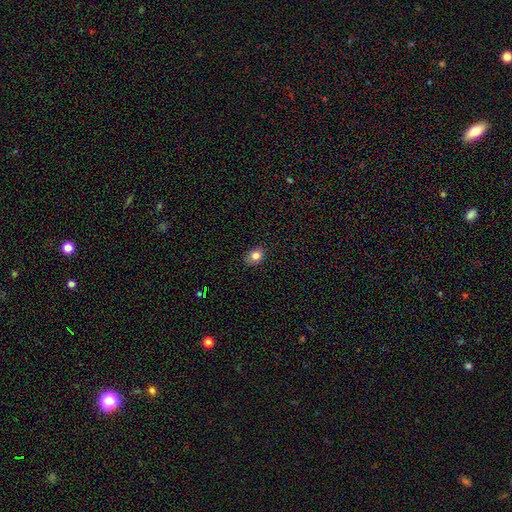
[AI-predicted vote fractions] smooth 82%, star or artifact 11%, featured or disk 7%. Down the decision tree: how rounded — in between (51%); merging — none (85%).